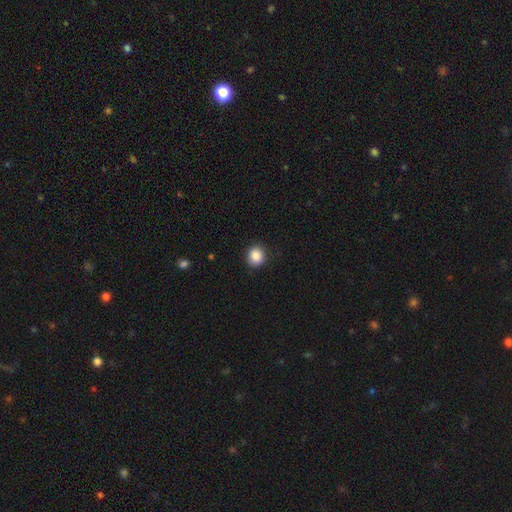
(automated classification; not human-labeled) smooth_or_featured: smooth (p=0.87) [alt: star or artifact p=0.09]
how_rounded: round (p=0.77) [alt: in between p=0.22]
merging: none (p=0.88) [alt: minor disturbance p=0.09]